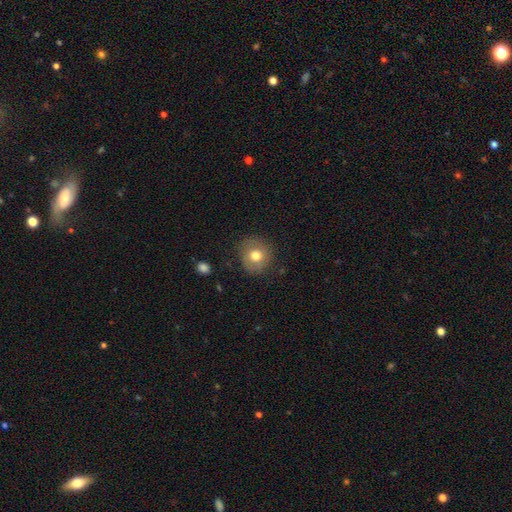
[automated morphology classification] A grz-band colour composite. It shows a smooth galaxy with no disk features (71%) that is round (86%). Merging: none (80%).